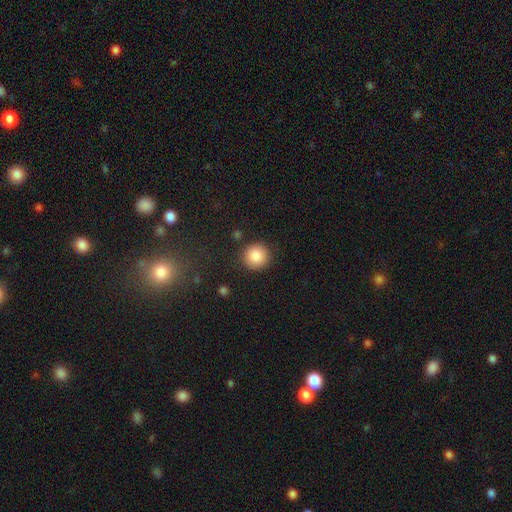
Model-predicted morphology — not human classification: This appears to be a smooth galaxy with no disk features (87%) that is round (94%). Merging: none (89%).